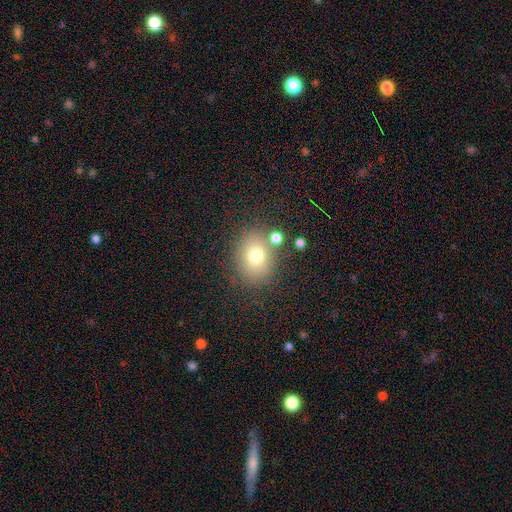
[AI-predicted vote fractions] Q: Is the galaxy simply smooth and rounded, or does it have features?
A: smooth — 74%.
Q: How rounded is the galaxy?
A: round — 53%.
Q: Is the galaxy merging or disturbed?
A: none — 74%.